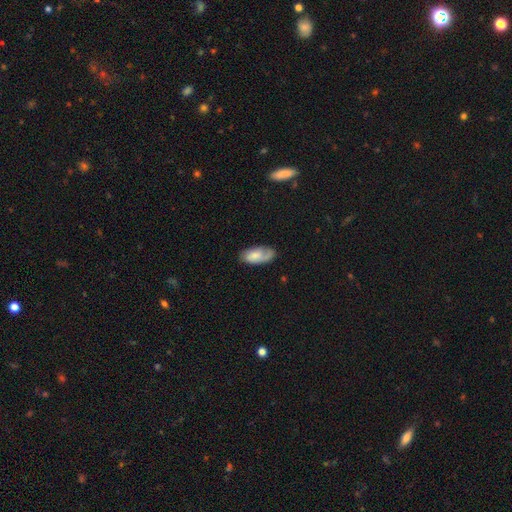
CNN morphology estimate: Smooth or featured: smooth — 52% (featured or disk — 41%)
How rounded: in between — 90% (cigar-shaped — 7%)
Merging: none — 64% (minor disturbance — 23%)